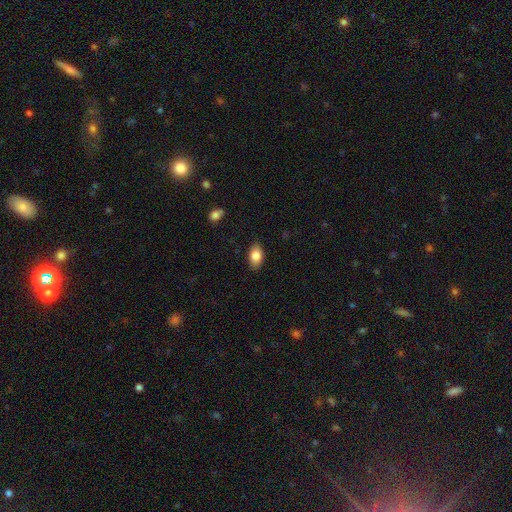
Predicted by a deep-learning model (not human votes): Morphology: type=smooth (82%); roundness=in between (90%); merging=none (86%).